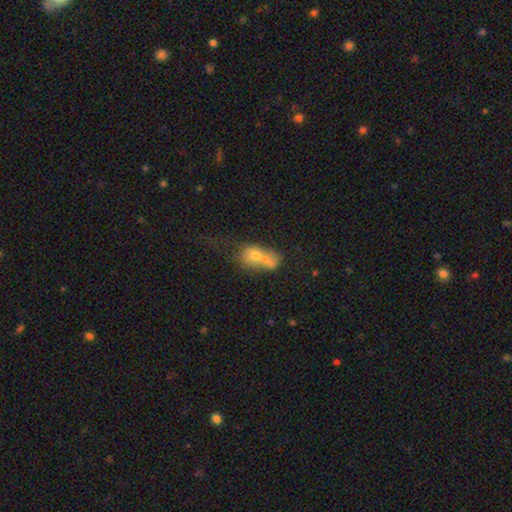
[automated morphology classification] This is possibly a smooth galaxy (56%). How rounded: likely in between (64%). Merging: possibly merger (59%).